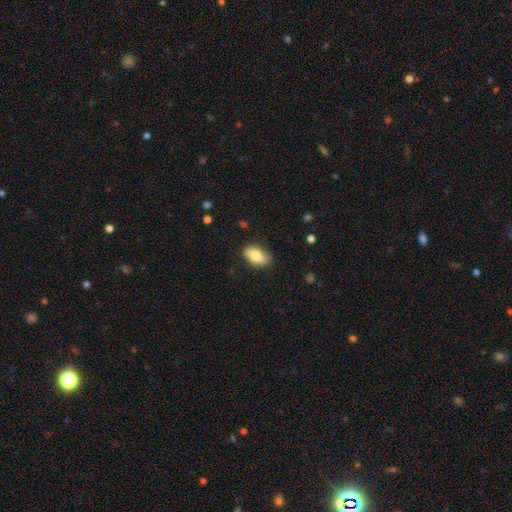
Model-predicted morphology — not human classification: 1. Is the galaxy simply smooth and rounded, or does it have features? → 80% smooth, 13% featured or disk, 7% star or artifact.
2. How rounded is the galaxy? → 90% in between, 5% round, 5% cigar-shaped.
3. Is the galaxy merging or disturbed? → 81% none, 15% minor disturbance, 3% major disturbance, 1% merger.